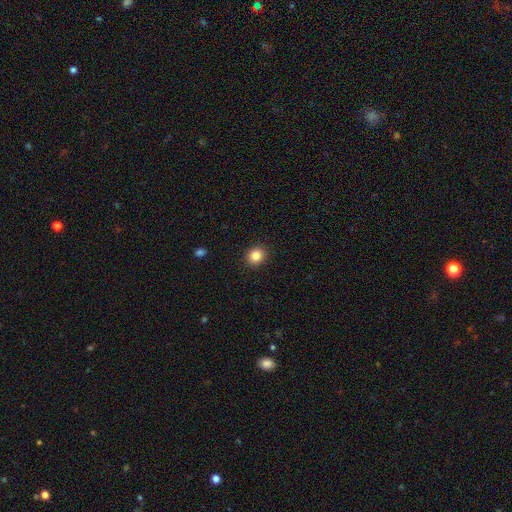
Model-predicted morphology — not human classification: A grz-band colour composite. It shows a smooth galaxy with no disk features (84%) that is round (79%). Merging: none (92%).